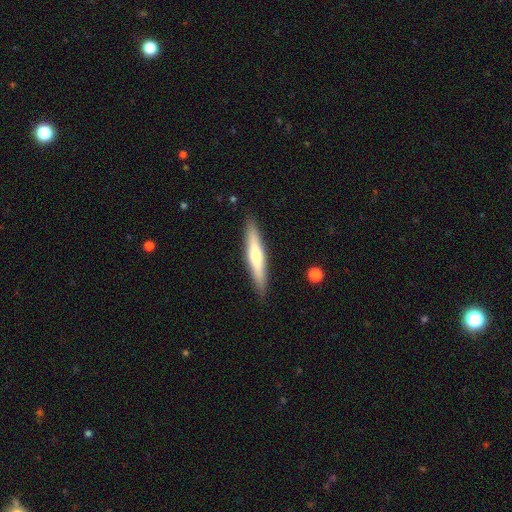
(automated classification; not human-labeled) Smooth or featured?
  - smooth: 49% *
  - featured or disk: 45%
  - star or artifact: 5%
Merging?
  - none: 90% *
  - minor disturbance: 8%
  - major disturbance: 2%
  - merger: 1%